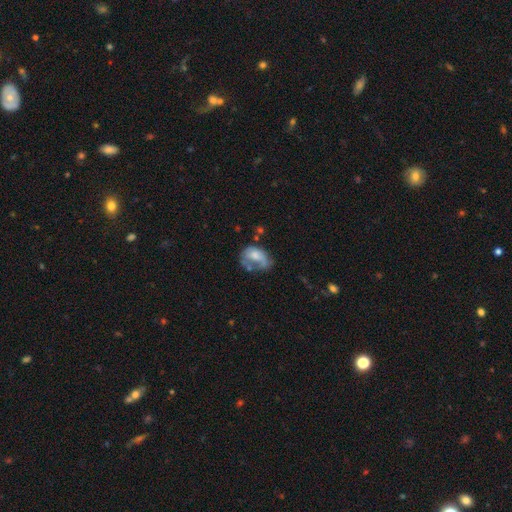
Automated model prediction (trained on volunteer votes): Smooth or featured? Predicted: smooth (p=0.51). How rounded? Predicted: in between (p=0.76). Merging? Predicted: major disturbance (p=0.34).